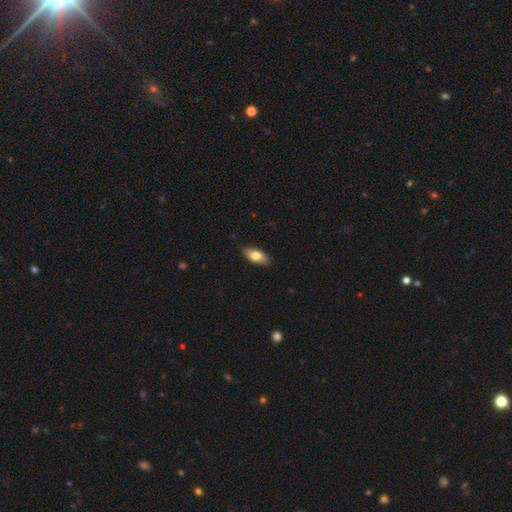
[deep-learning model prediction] This is likely a smooth galaxy (75%). How rounded: clearly in between (86%). Merging: clearly none (89%).